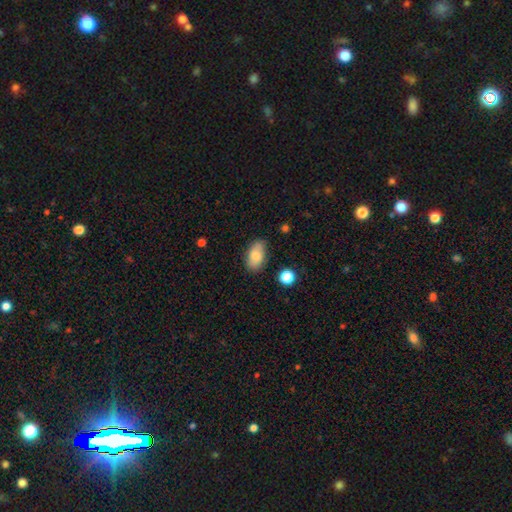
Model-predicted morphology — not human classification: Smooth or featured? smooth (77%)
How rounded? in between (91%)
Merging? none (78%)